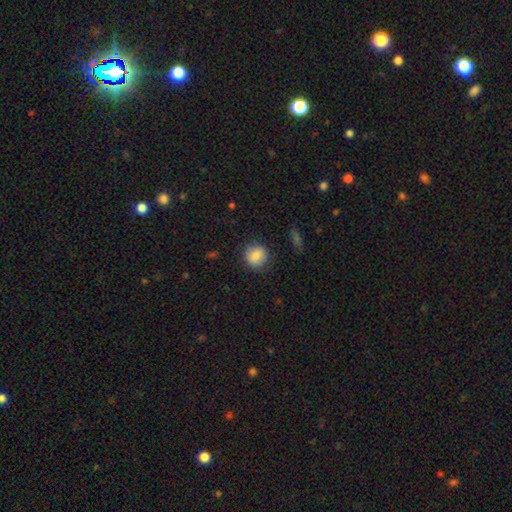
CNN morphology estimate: The model was most divided on "how rounded": round: 83%, in between: 16%, cigar-shaped: 1%. More confident: smooth or featured — smooth (85%); merging — none (84%).